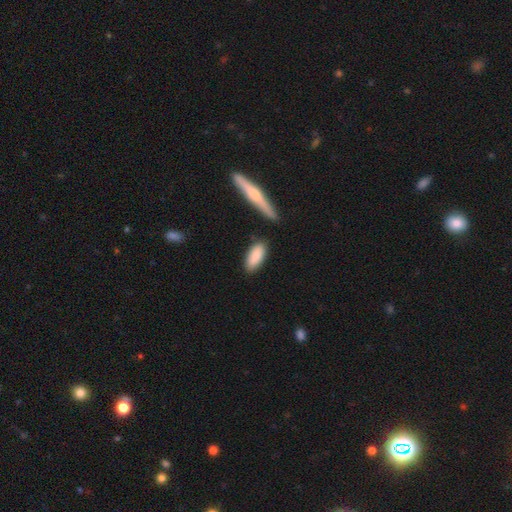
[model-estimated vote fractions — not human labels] smooth 87%, featured or disk 7%, star or artifact 6%. Down the decision tree: how rounded — in between (80%); merging — none (79%).